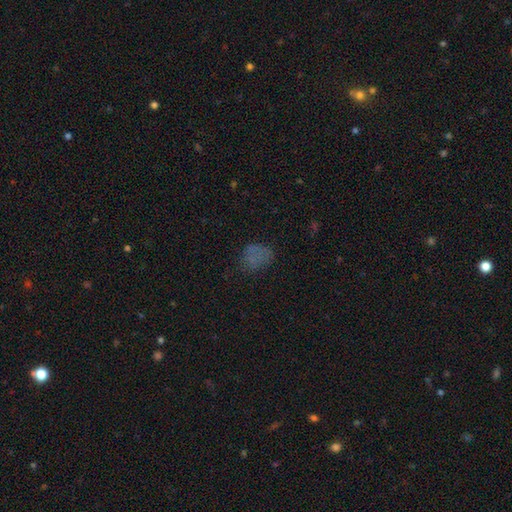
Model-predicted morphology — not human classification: Overall: smooth (61%; star or artifact 24%). How rounded: in between (62%; round 37%). Merging: none (56%; minor disturbance 23%).